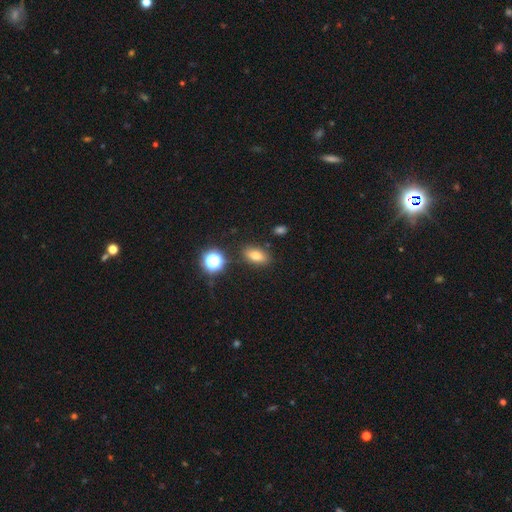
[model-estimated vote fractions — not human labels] Smooth or featured: smooth — 76% (star or artifact — 14%)
How rounded: in between — 80% (round — 12%)
Merging: none — 85% (minor disturbance — 9%)